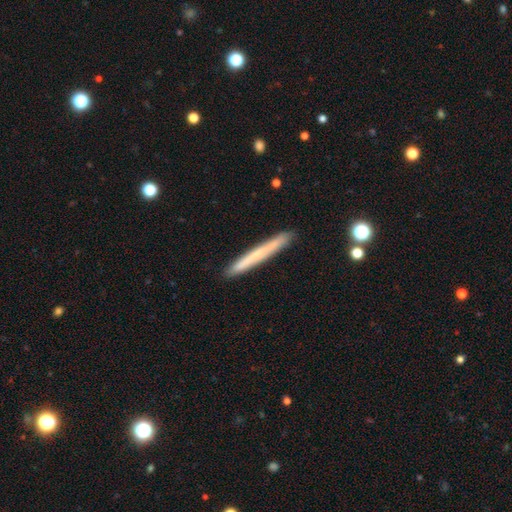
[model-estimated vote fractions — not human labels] The model was most divided on "smooth or featured": smooth: 60%, featured or disk: 34%, star or artifact: 6%. More confident: how rounded — cigar-shaped (97%); merging — none (91%).